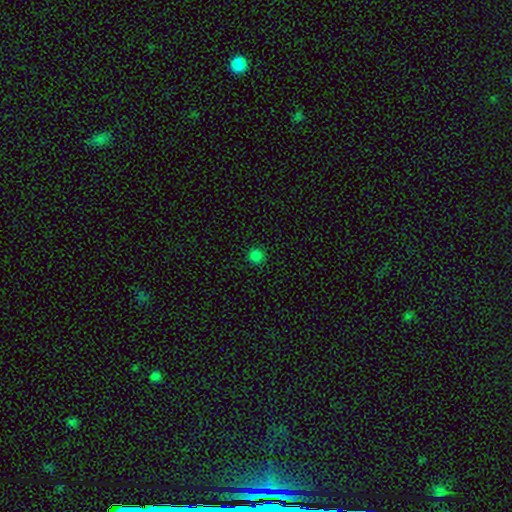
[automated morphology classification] smooth 83%, star or artifact 14%, featured or disk 3%. Down the decision tree: how rounded — round (95%); merging — none (92%).